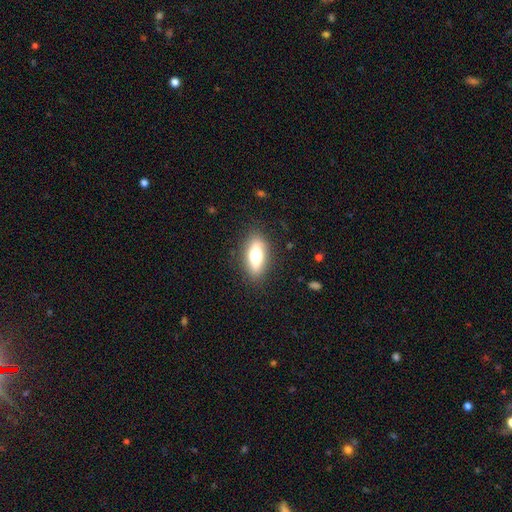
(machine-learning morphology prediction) type=smooth (61%); roundness=in between (73%); merging=none (85%).